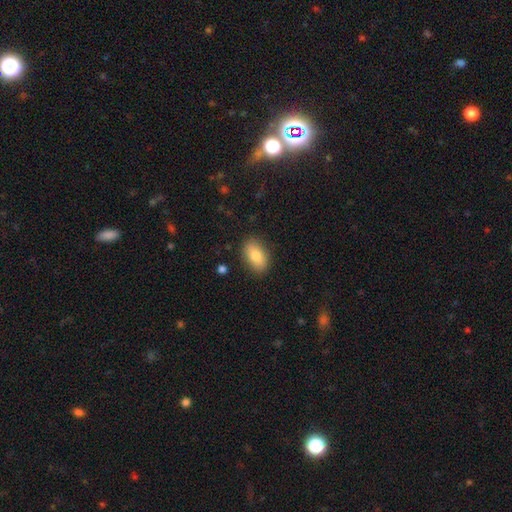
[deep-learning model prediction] A smooth galaxy with no disk features (79%) that is in between round and cigar-shaped (89%).

Vote fractions:
- Smooth or featured? smooth: 79% / featured or disk: 13% / star or artifact: 7%
- How rounded? in between: 89% / round: 9% / cigar-shaped: 3%
- Merging? none: 86% / minor disturbance: 10% / major disturbance: 3% / merger: 1%